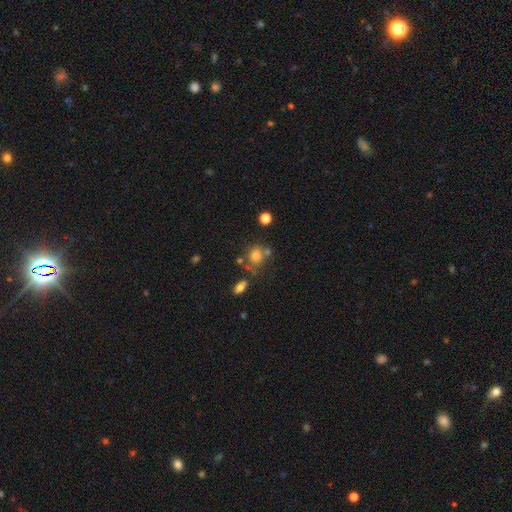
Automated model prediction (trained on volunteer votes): This appears to be a smooth galaxy with no disk features (73%) that is round (67%). Merging: none (54%).